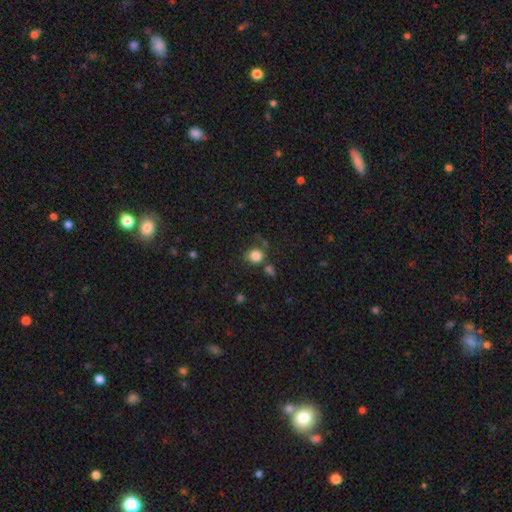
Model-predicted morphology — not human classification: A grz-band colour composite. It shows a smooth galaxy with no disk features (83%) that is round (75%). Merging: none (63%).